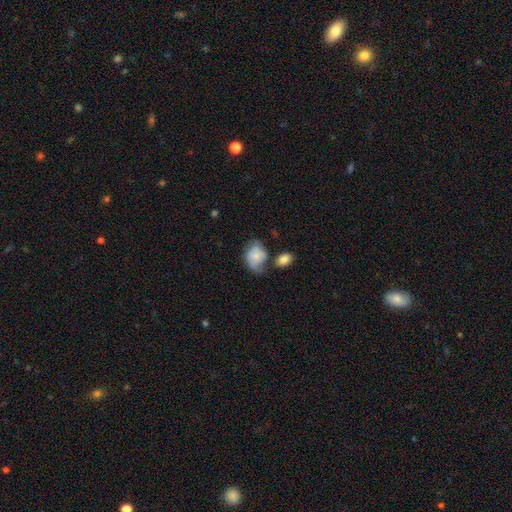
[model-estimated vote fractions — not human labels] smooth 69%, featured or disk 24%, star or artifact 7%. Down the decision tree: how rounded — in between (61%); merging — none (38%).